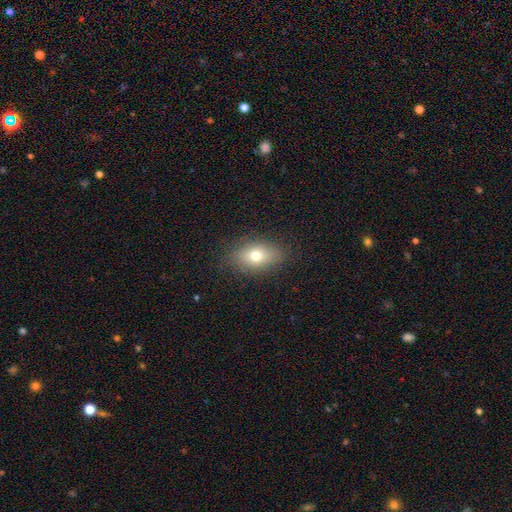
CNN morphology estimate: Smooth or featured? Predicted: smooth (p=0.71). How rounded? Predicted: in between (p=0.81). Merging? Predicted: none (p=0.84).